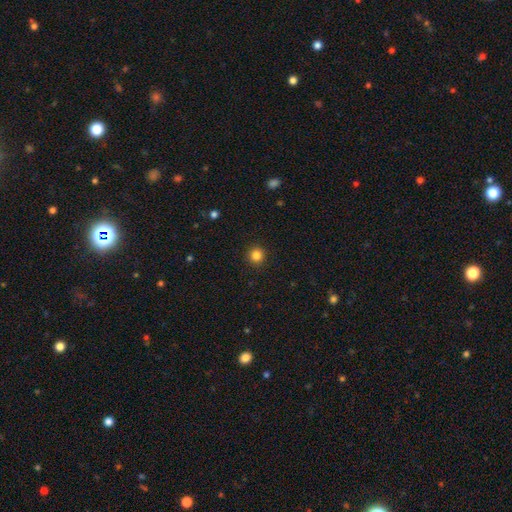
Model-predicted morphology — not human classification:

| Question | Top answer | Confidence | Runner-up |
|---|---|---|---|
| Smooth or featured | smooth | 84% | star or artifact (12%) |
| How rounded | round | 94% | in between (5%) |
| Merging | none | 93% | minor disturbance (5%) |